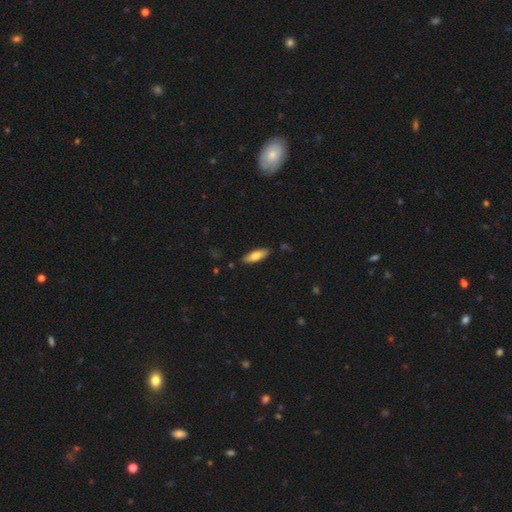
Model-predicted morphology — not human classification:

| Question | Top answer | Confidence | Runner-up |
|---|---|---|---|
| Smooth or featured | smooth | 73% | featured or disk (21%) |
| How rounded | in between | 57% | cigar-shaped (41%) |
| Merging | none | 87% | minor disturbance (10%) |